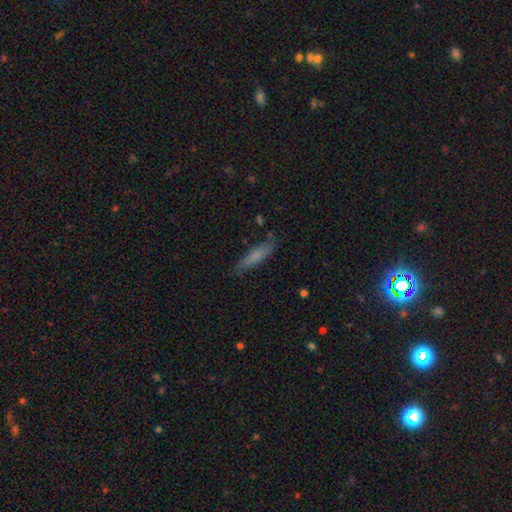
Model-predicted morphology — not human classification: This appears to be a smooth galaxy with no disk features (74%) that is cigar-shaped (77%). Merging: none (81%).